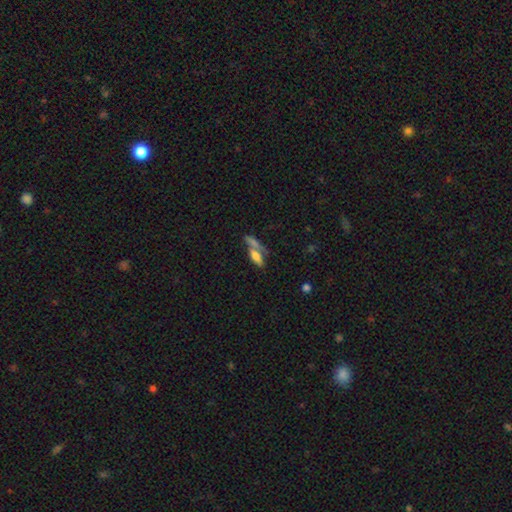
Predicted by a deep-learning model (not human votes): Morphology: type=smooth (66%); roundness=in between (57%); merging=merger (43%).